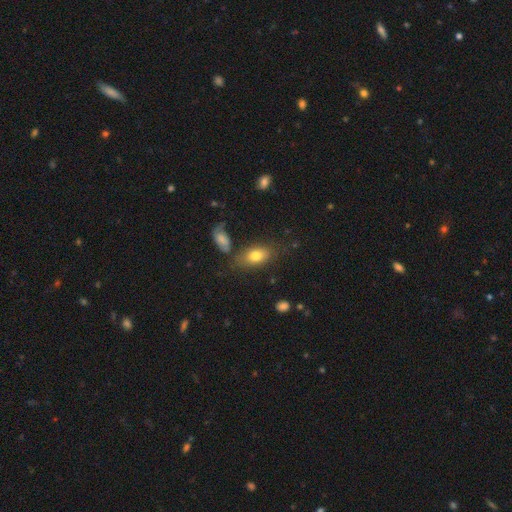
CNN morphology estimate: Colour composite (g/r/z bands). It shows a smooth galaxy with no disk features (77%) that is in between round and cigar-shaped (88%). Merging: none (65%).